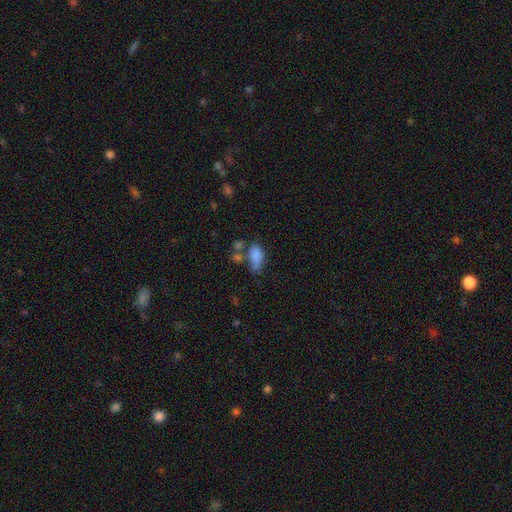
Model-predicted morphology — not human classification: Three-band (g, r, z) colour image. It shows a smooth galaxy with no disk features (79%) that is in between round and cigar-shaped (89%). Merging: none (34%).